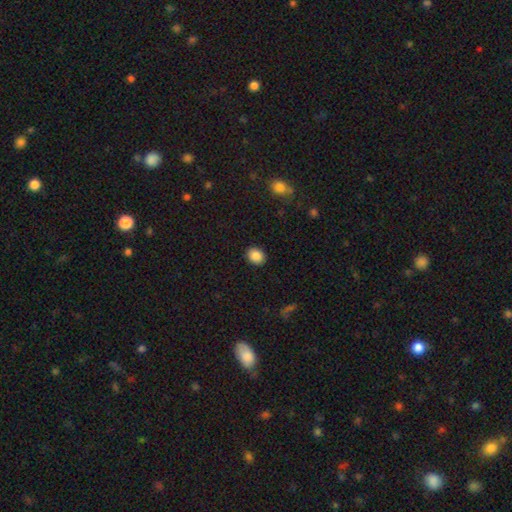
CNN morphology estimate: Smooth or featured?
  - smooth: 87% *
  - star or artifact: 9%
  - featured or disk: 4%
How rounded?
  - in between: 51% *
  - round: 48%
  - cigar-shaped: 1%
Merging?
  - none: 90% *
  - minor disturbance: 7%
  - major disturbance: 2%
  - merger: 1%